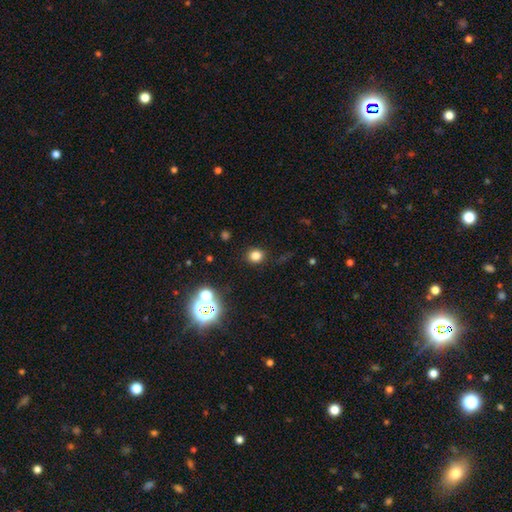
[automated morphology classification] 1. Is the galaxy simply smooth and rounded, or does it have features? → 78% smooth, 16% star or artifact, 6% featured or disk.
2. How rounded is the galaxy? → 80% round, 19% in between, 1% cigar-shaped.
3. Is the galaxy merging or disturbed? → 87% none, 8% minor disturbance, 3% major disturbance, 2% merger.